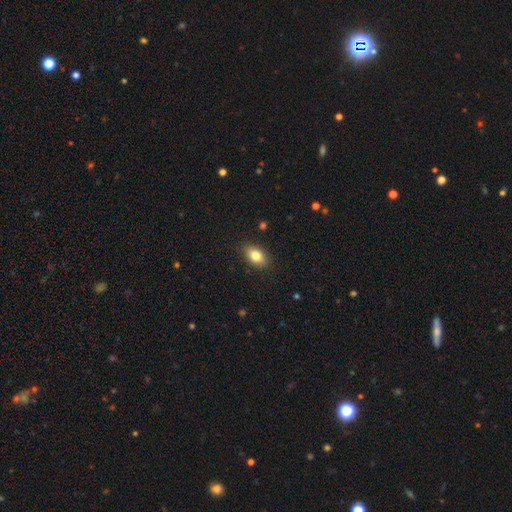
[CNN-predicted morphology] A smooth galaxy with no disk features (82%) that is in between round and cigar-shaped (87%). Merging: none (87%).